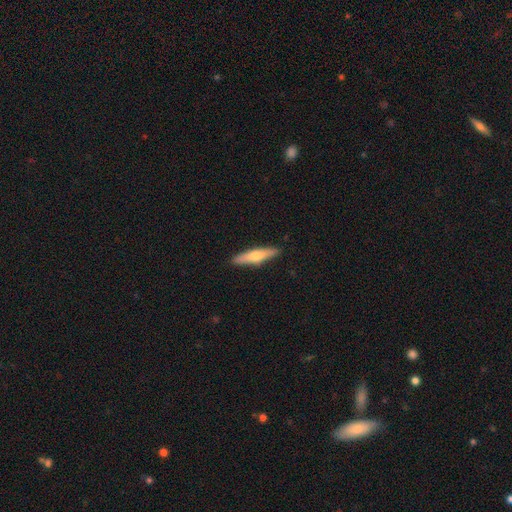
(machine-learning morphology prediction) Smooth or featured? Predicted: smooth (p=0.55). How rounded? Predicted: cigar-shaped (p=0.83). Merging? Predicted: none (p=0.91).